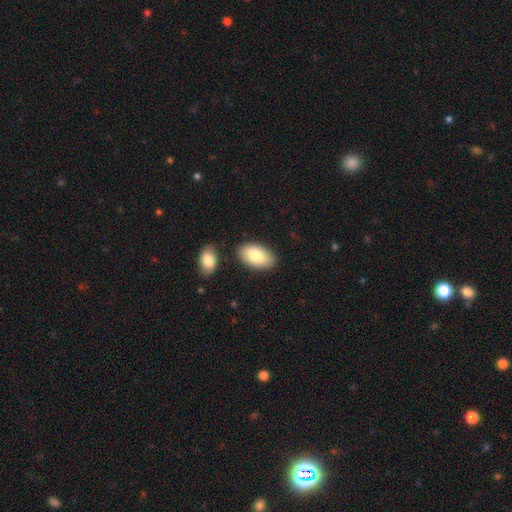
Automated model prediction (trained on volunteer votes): smooth 82%, featured or disk 12%, star or artifact 6%. Down the decision tree: how rounded — in between (95%); merging — none (82%).